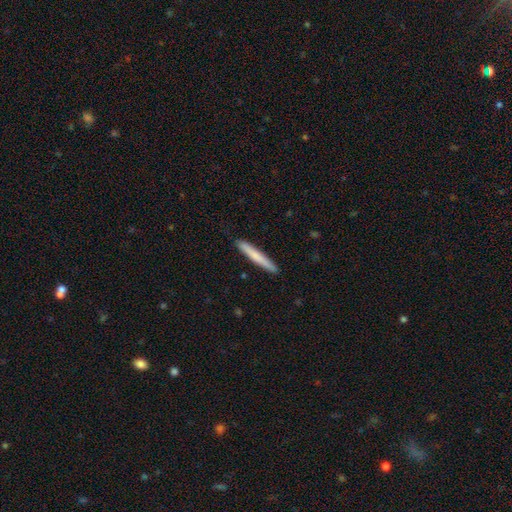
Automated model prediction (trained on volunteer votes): Q: Smooth or featured?
A: smooth (71%); runner-up: featured or disk (24%)
Q: How rounded?
A: cigar-shaped (96%); runner-up: in between (3%)
Q: Merging?
A: none (90%); runner-up: minor disturbance (7%)